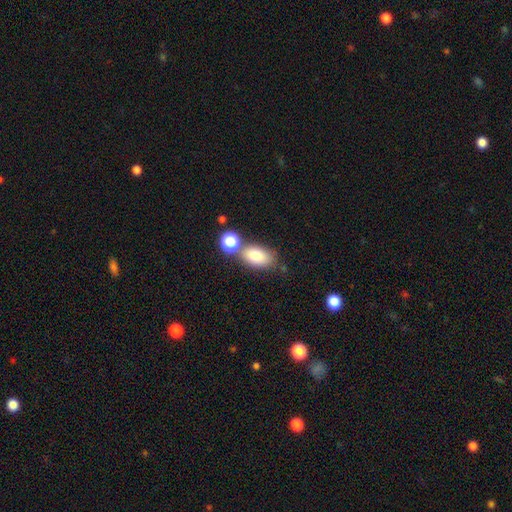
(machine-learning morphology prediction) This appears to be a smooth galaxy with no disk features (80%) that is in between round and cigar-shaped (89%). Merging: none (59%).